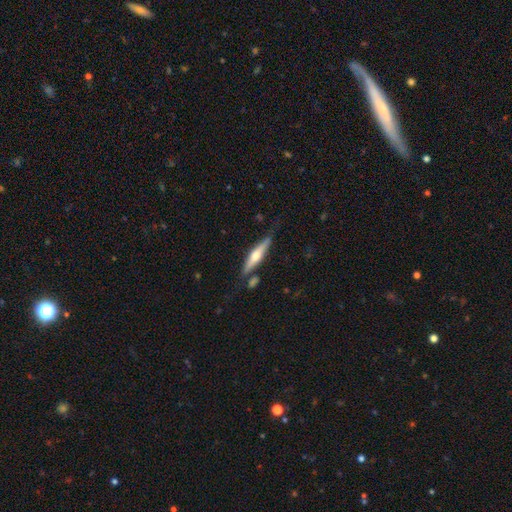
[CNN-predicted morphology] Smooth or featured? Predicted: featured or disk (p=0.56). Edge-on disk? Predicted: yes (p=0.94). Edge-on bulge? Predicted: rounded (p=0.89). Merging? Predicted: none (p=0.73).